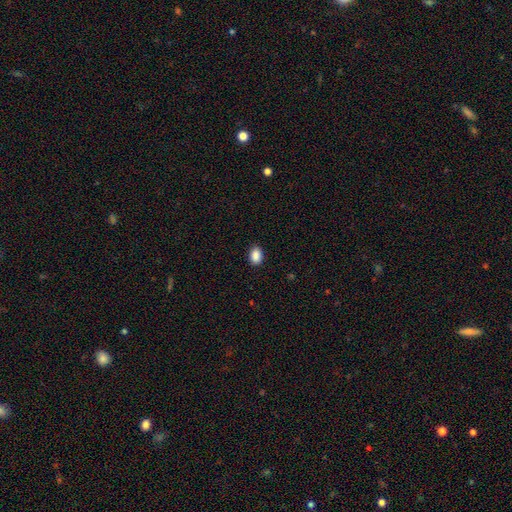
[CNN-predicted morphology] A smooth galaxy with no disk features (89%) that is in between round and cigar-shaped (80%).

Vote fractions:
- Smooth or featured? smooth: 89% / star or artifact: 8% / featured or disk: 3%
- How rounded? in between: 80% / round: 19% / cigar-shaped: 1%
- Merging? none: 88% / minor disturbance: 9% / major disturbance: 2% / merger: 1%